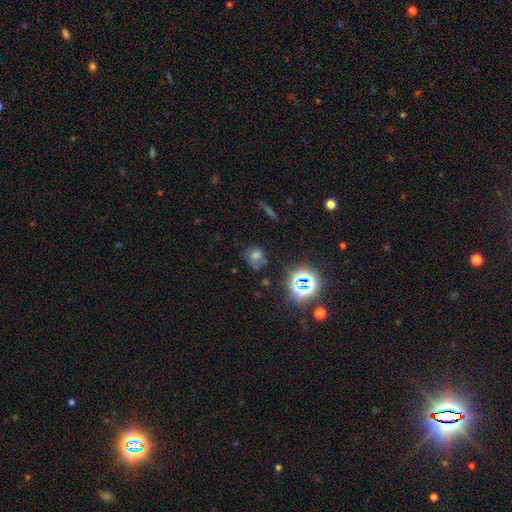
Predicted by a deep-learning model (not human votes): Morphology: type=smooth (50%); merging=none (57%).